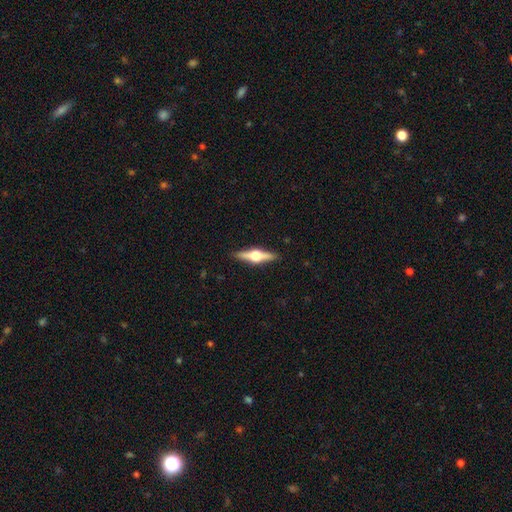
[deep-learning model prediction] A featured or disk galaxy (76%) viewed edge-on (98%) with a rounded central bulge (96%).

Vote fractions:
- Smooth or featured? featured or disk: 76% / smooth: 18% / star or artifact: 6%
- Edge-on disk? yes: 98% / no: 2%
- Edge-on bulge? rounded: 96% / boxy: 3% / none: 1%
- Merging? none: 91% / minor disturbance: 7% / major disturbance: 1% / merger: 1%